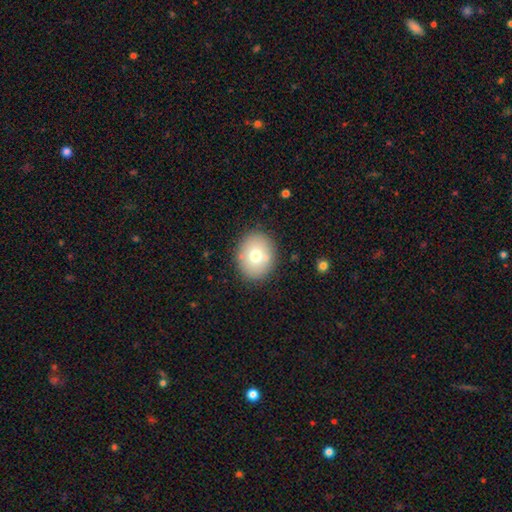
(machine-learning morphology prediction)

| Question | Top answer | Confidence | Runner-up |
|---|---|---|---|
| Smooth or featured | smooth | 71% | featured or disk (18%) |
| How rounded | round | 58% | in between (41%) |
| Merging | none | 84% | minor disturbance (10%) |